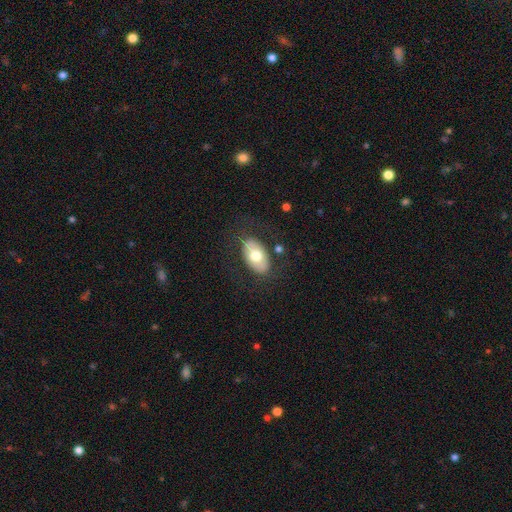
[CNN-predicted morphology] This appears to be a smooth galaxy with no disk features (66%) that is in between round and cigar-shaped (93%). Merging: none (78%).